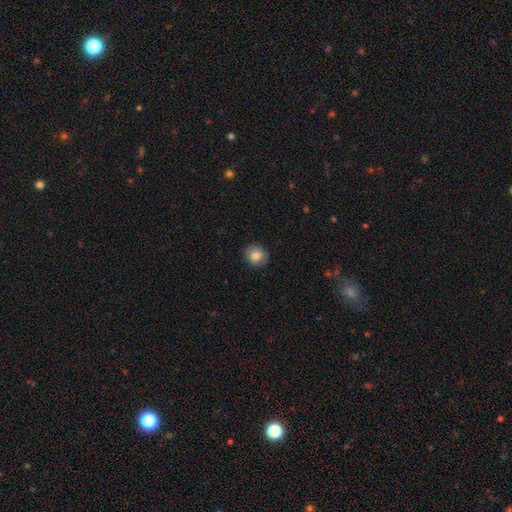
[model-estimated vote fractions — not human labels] Smooth or featured? Predicted: smooth (p=0.84). How rounded? Predicted: round (p=0.82). Merging? Predicted: none (p=0.88).